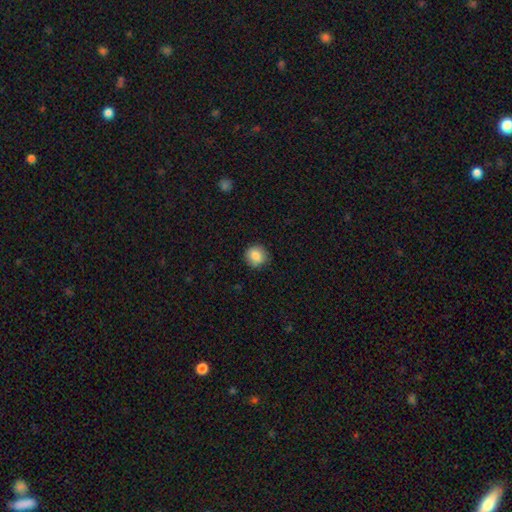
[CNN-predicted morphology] Smooth or featured: smooth — 87% (star or artifact — 9%)
How rounded: round — 84% (in between — 15%)
Merging: none — 86% (minor disturbance — 11%)